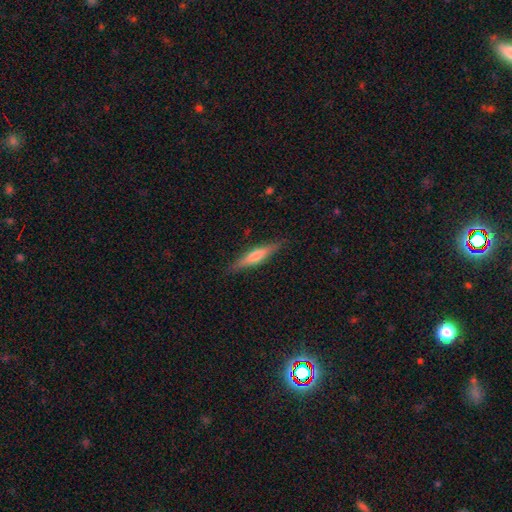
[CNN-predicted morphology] Overall: featured or disk (49%; smooth 45%). Merging: none (88%).